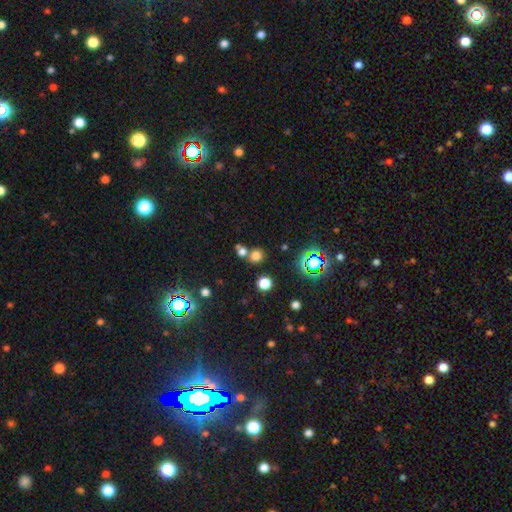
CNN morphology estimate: Smooth or featured? Predicted: smooth (p=0.70). How rounded? Predicted: round (p=0.81). Merging? Predicted: none (p=0.60).